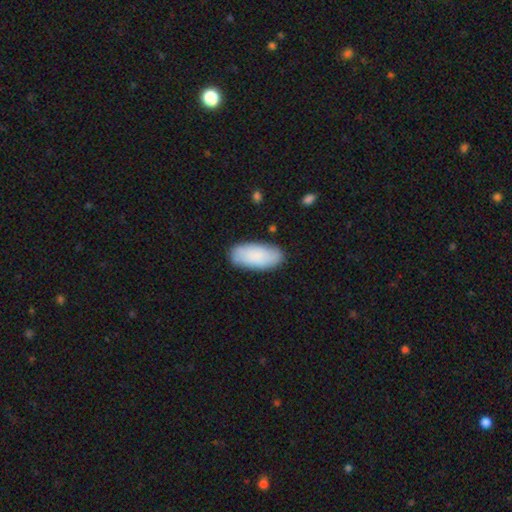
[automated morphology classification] type=smooth (83%); roundness=in between (91%); merging=none (83%).